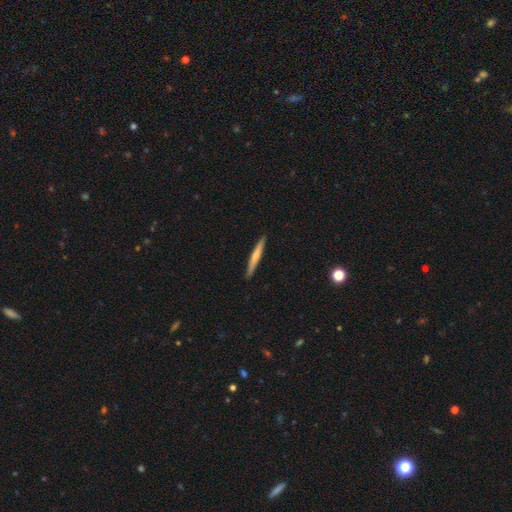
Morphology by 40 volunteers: Smooth or featured?
  - smooth: 60% *
  - featured or disk: 28%
  - star or artifact: 12%
How rounded?
  - cigar-shaped: 100% *
  - round: 0%
  - in between: 0%
Merging?
  - none: 89% *
  - minor disturbance: 11%
  - major disturbance: 0%
  - merger: 0%